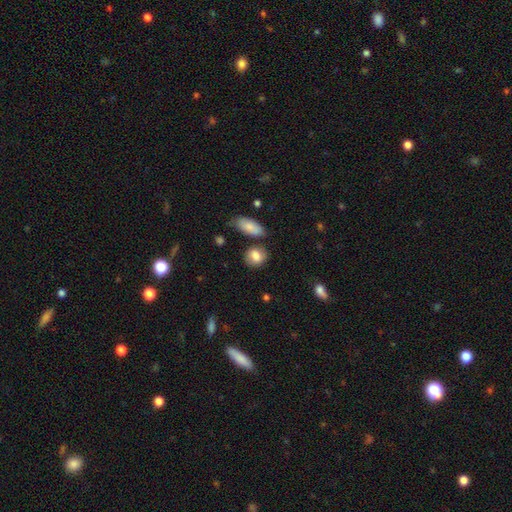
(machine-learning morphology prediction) A smooth galaxy with no disk features (80%) that is round (54%).

Vote fractions:
- Smooth or featured? smooth: 80% / featured or disk: 12% / star or artifact: 8%
- How rounded? round: 54% / in between: 44% / cigar-shaped: 2%
- Merging? none: 68% / minor disturbance: 18% / merger: 9% / major disturbance: 5%